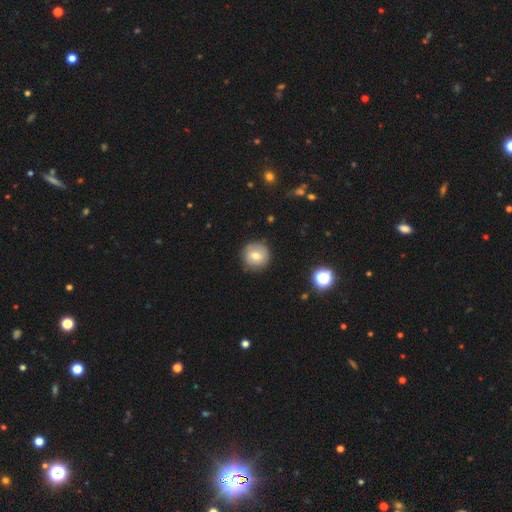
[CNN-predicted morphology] Smooth or featured? smooth (69%)
How rounded? round (94%)
Merging? none (87%)